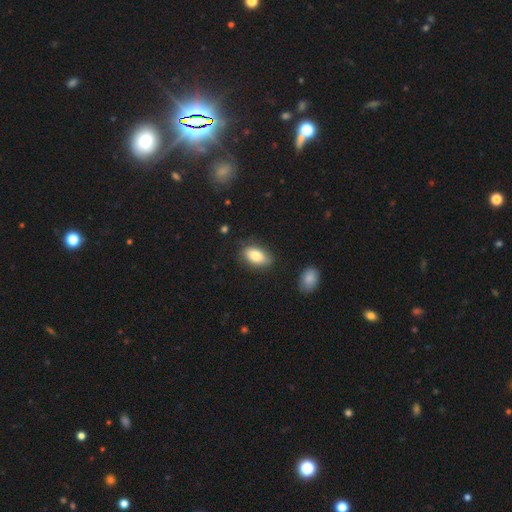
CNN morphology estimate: This is clearly a smooth galaxy (82%). How rounded: clearly in between (90%). Merging: likely none (80%).